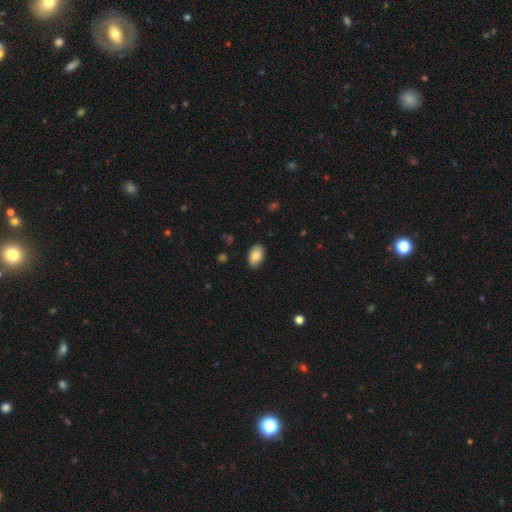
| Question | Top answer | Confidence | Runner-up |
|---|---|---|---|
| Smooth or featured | smooth | 76% | featured or disk (16%) |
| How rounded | in between | 90% | round (7%) |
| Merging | none | 91% | minor disturbance (6%) |